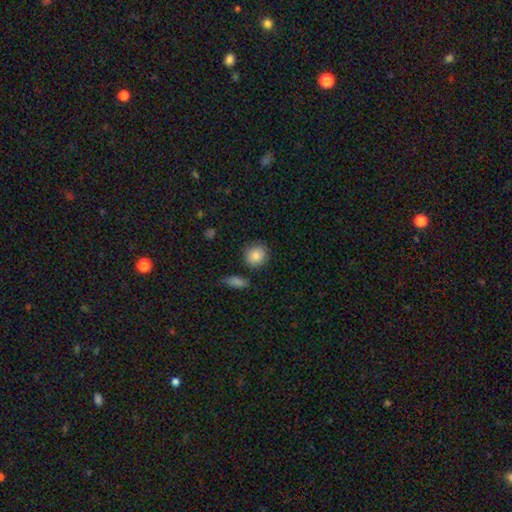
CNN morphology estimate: smooth-or-featured: smooth: 86% | star or artifact: 8% | featured or disk: 6%
  how-rounded: round: 83% | in between: 16% | cigar-shaped: 1%
  merging: none: 82% | minor disturbance: 11% | merger: 5% | major disturbance: 3%